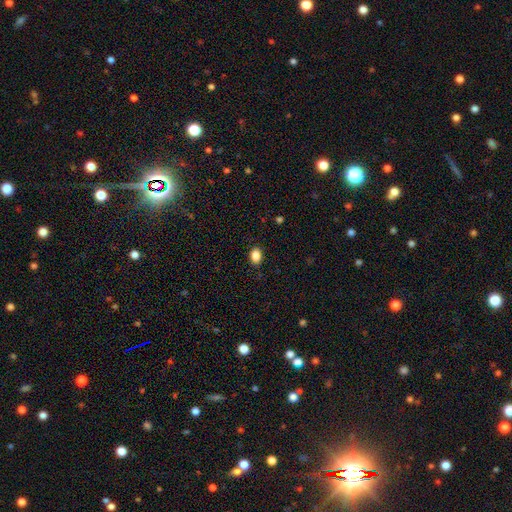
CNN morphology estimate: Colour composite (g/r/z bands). It shows a smooth galaxy with no disk features (87%) that is in between round and cigar-shaped (77%). Merging: none (88%).